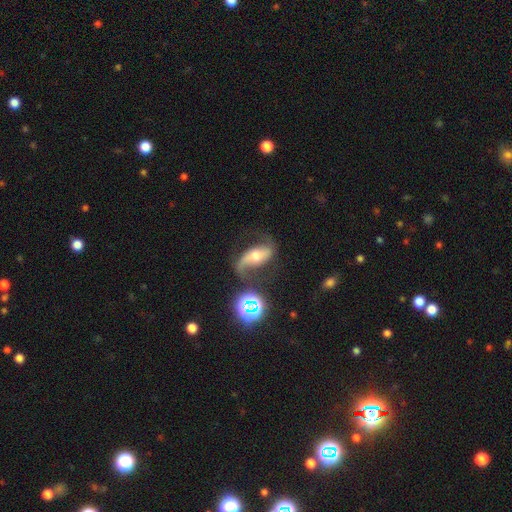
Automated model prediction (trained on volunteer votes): smooth-or-featured: featured or disk: 75% | smooth: 14% | star or artifact: 11%
  disk-edge-on: no: 93% | yes: 7%
    bar: no: 38% | strong: 32% | weak: 31%
    has-spiral-arms: yes: 92% | no: 8%
      spiral-winding: loose: 73% | medium: 21% | tight: 6%
      spiral-arm-count: 2: 84% | 1: 10% | can't tell: 4% | 3: 1% | 4: 1% | more than 4: 1%
    bulge-size: moderate: 62% | small: 26% | large: 8% | dominant: 2% | none: 2%
  merging: none: 60% | minor disturbance: 18% | major disturbance: 17% | merger: 5%